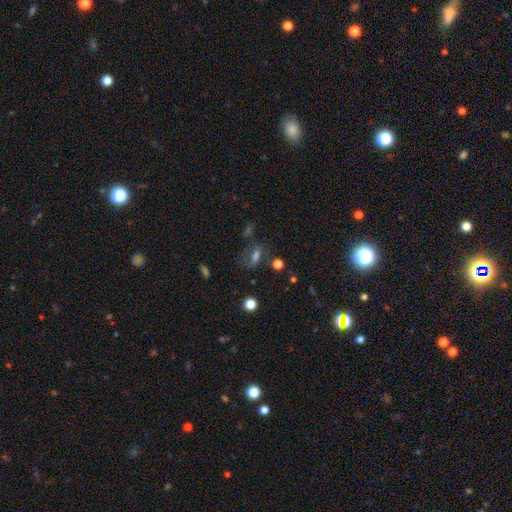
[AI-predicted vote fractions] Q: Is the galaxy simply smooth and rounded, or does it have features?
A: smooth — 45%.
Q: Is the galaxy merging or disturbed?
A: none — 50%.